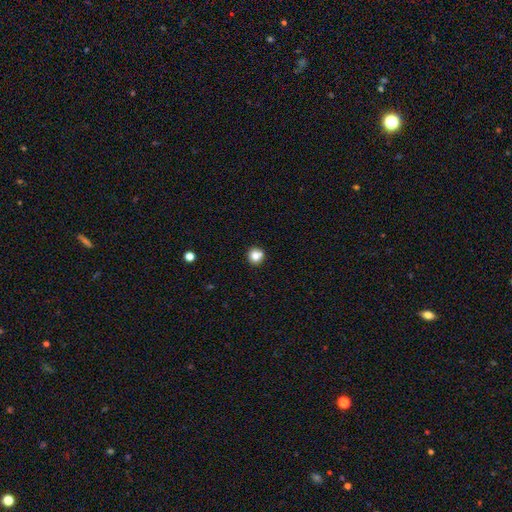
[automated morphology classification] Q: Smooth or featured?
A: smooth (82%); runner-up: star or artifact (11%)
Q: How rounded?
A: round (91%); runner-up: in between (8%)
Q: Merging?
A: none (79%); runner-up: minor disturbance (10%)